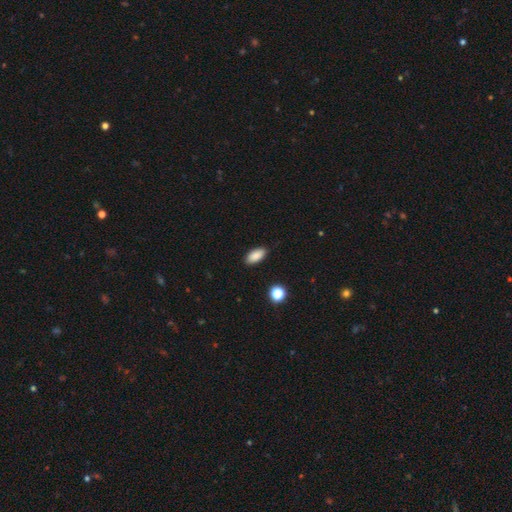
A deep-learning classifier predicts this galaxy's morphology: smooth 87%, star or artifact 8%, featured or disk 5%. Down the decision tree: how rounded — in between (90%); merging — none (87%).